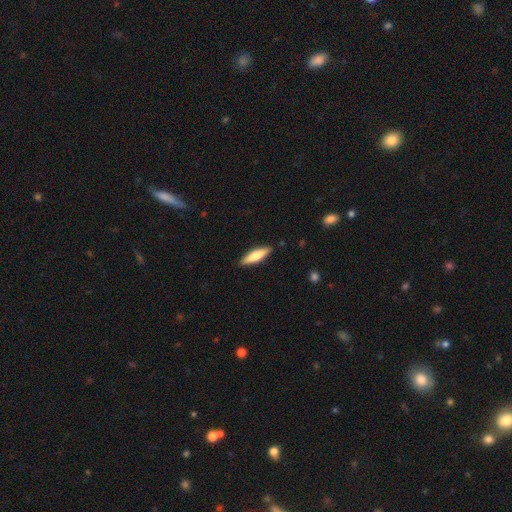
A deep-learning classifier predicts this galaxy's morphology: The model was most divided on "smooth or featured": smooth: 67%, featured or disk: 28%, star or artifact: 5%. More confident: merging — none (89%); how rounded — cigar-shaped (69%).